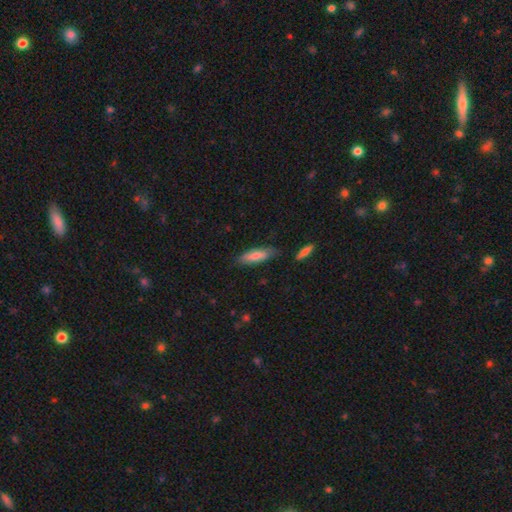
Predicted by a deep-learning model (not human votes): Overall: smooth (70%). How rounded: cigar-shaped (58%; in between 41%). Merging: none (77%).